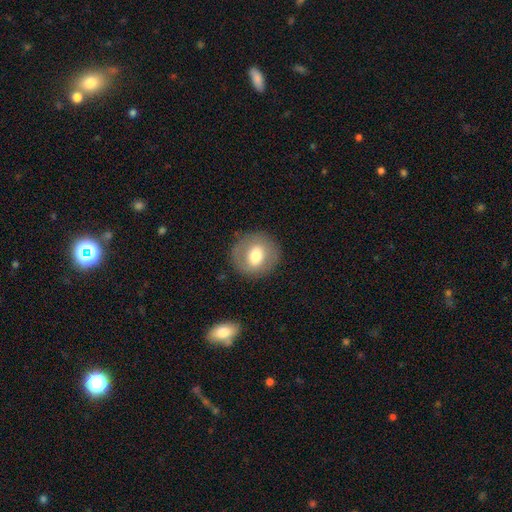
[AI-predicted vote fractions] The model was most divided on "smooth or featured": smooth: 63%, featured or disk: 29%, star or artifact: 8%. More confident: how rounded — round (86%); merging — none (86%).